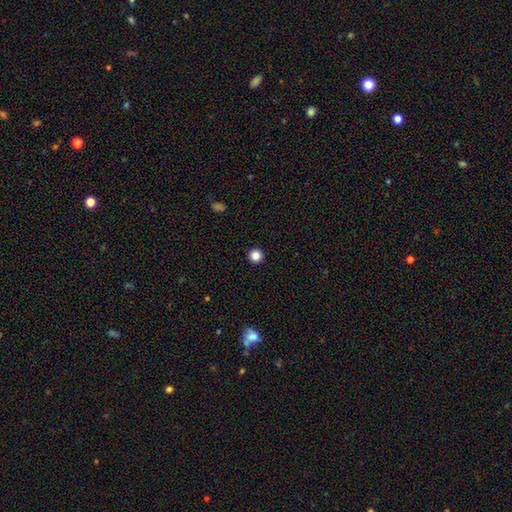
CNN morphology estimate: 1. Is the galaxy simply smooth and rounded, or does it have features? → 85% smooth, 12% star or artifact, 4% featured or disk.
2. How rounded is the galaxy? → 96% round, 3% in between, 1% cigar-shaped.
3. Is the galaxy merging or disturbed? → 94% none, 4% minor disturbance, 1% major disturbance, 1% merger.